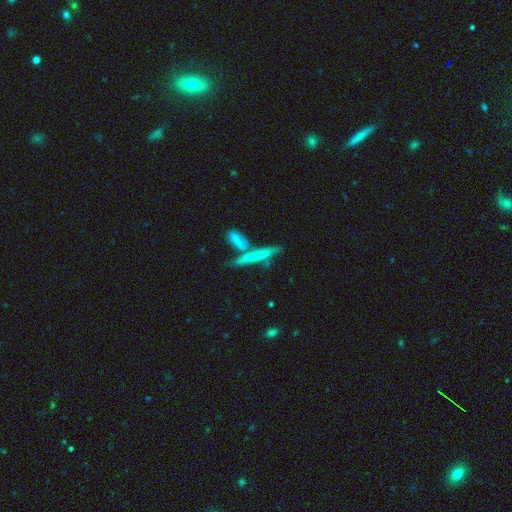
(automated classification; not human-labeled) Smooth or featured? Predicted: smooth (p=0.51). How rounded? Predicted: cigar-shaped (p=0.85). Merging? Predicted: none (p=0.48).